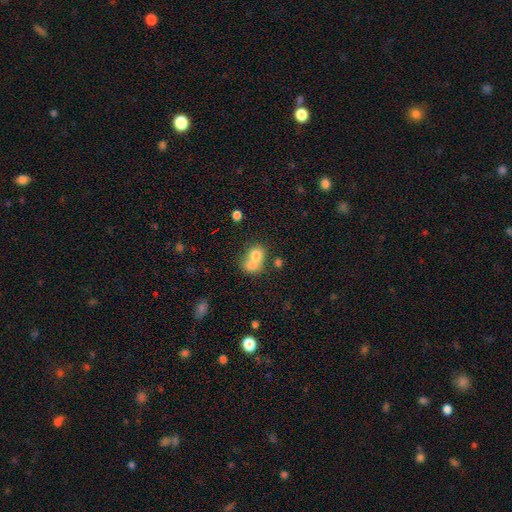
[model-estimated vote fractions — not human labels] Smooth or featured: smooth — 74% (featured or disk — 17%)
How rounded: round — 62% (in between — 37%)
Merging: merger — 66% (none — 24%)